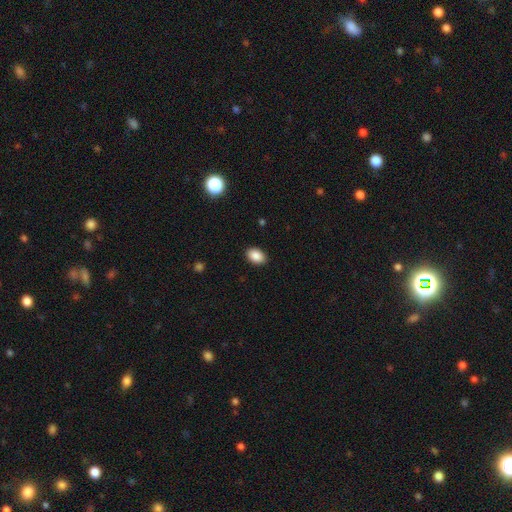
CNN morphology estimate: Smooth or featured? smooth (88%)
How rounded? in between (86%)
Merging? none (89%)